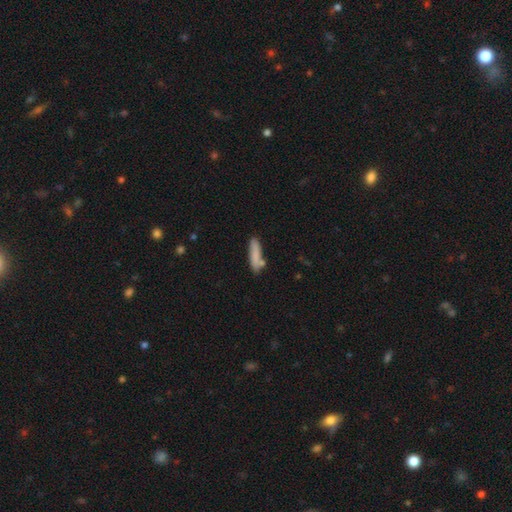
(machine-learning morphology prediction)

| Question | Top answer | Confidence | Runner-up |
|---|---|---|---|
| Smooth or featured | smooth | 80% | featured or disk (13%) |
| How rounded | cigar-shaped | 70% | in between (29%) |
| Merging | none | 71% | minor disturbance (16%) |